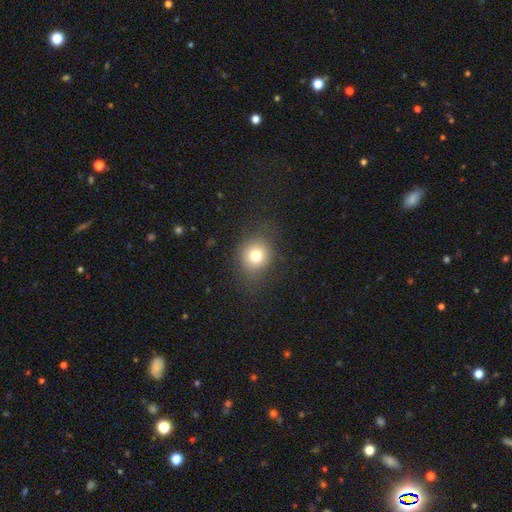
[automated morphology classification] This is likely a smooth galaxy (75%). How rounded: likely round (77%). Merging: likely none (80%).